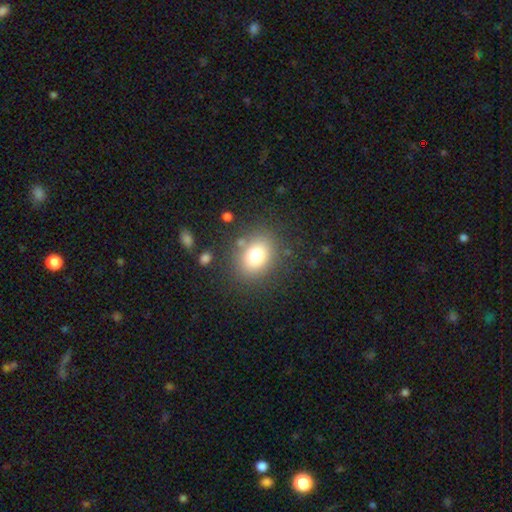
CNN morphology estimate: Q: Smooth or featured?
A: smooth (76%); runner-up: star or artifact (13%)
Q: How rounded?
A: round (50%); runner-up: in between (49%)
Q: Merging?
A: none (81%); runner-up: minor disturbance (11%)